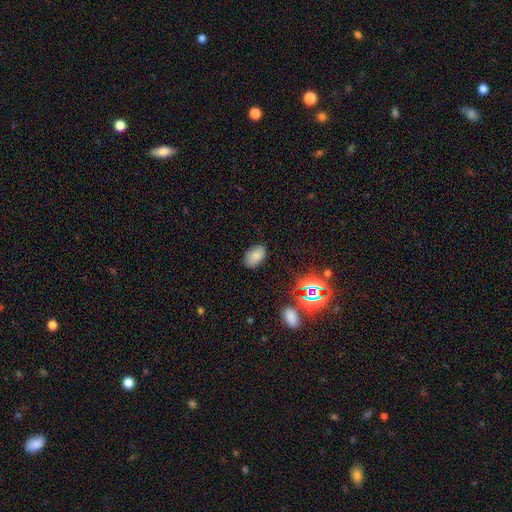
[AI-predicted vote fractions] Overall: smooth (79%). How rounded: in between (90%). Merging: none (83%).